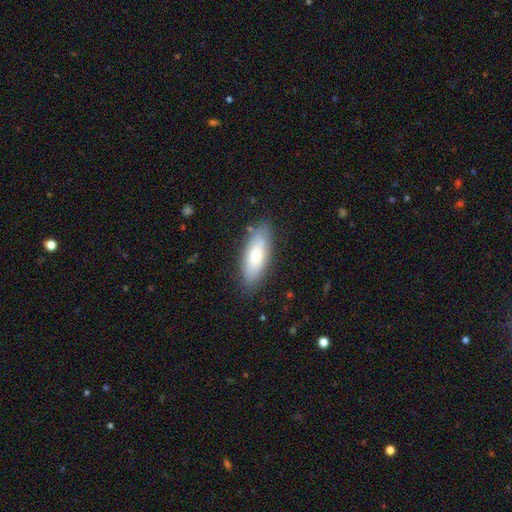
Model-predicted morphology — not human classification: smooth-or-featured: smooth: 67% | featured or disk: 26% | star or artifact: 6%
  how-rounded: in between: 69% | cigar-shaped: 29% | round: 2%
  merging: none: 84% | minor disturbance: 12% | major disturbance: 3% | merger: 2%